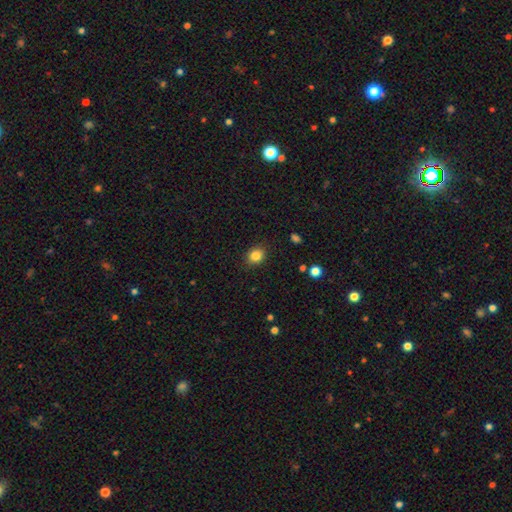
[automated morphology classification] smooth 85%, star or artifact 11%, featured or disk 4%. Down the decision tree: how rounded — round (68%); merging — none (88%).